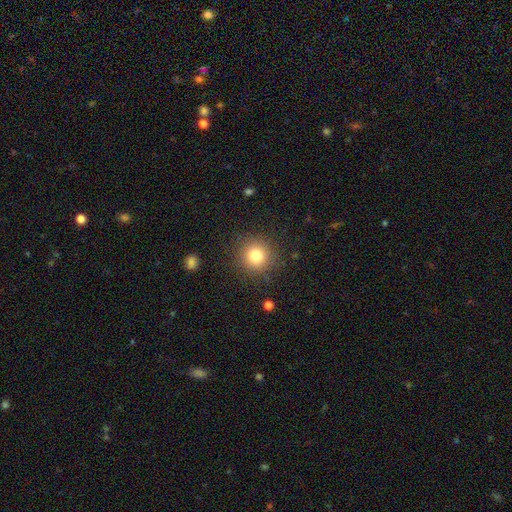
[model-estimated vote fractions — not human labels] Smooth or featured?
  - smooth: 80% *
  - star or artifact: 12%
  - featured or disk: 8%
How rounded?
  - round: 94% *
  - in between: 5%
  - cigar-shaped: 1%
Merging?
  - none: 88% *
  - minor disturbance: 7%
  - major disturbance: 3%
  - merger: 1%